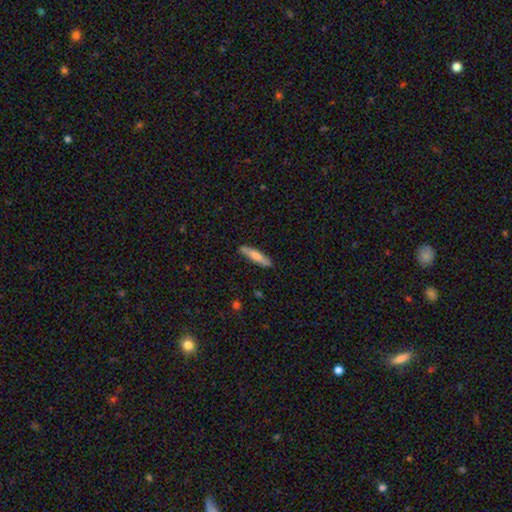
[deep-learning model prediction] smooth 70%, featured or disk 24%, star or artifact 6%. Down the decision tree: how rounded — cigar-shaped (82%); merging — none (84%).